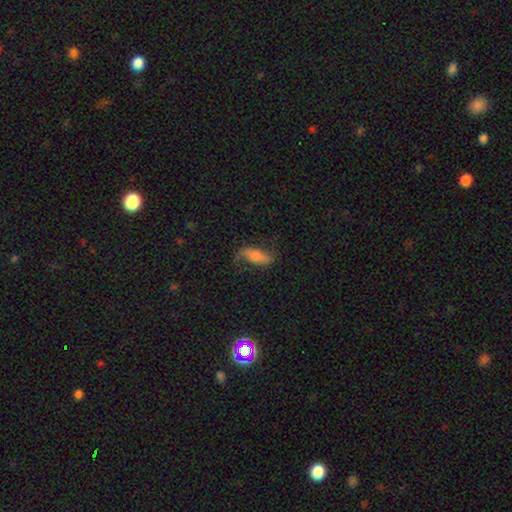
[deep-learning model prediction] Smooth or featured: featured or disk — 58% (smooth — 34%)
Edge-on disk: no — 83% (yes — 17%)
Merging: none — 65% (minor disturbance — 21%)